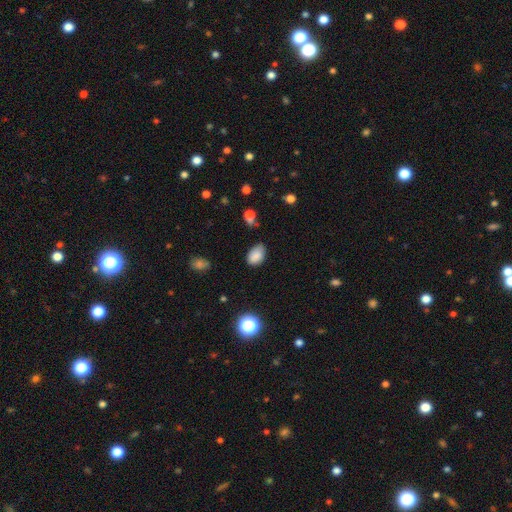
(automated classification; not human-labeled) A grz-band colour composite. It shows a smooth galaxy with no disk features (84%) that is in between round and cigar-shaped (88%). Merging: none (68%).